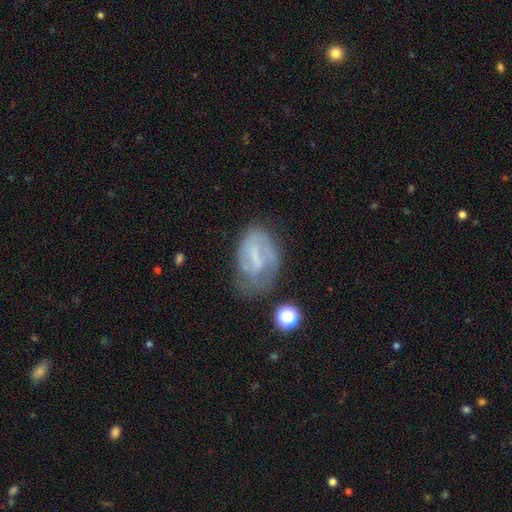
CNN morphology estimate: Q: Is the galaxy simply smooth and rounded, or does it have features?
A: featured or disk — 62%.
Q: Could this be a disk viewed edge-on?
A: no — 96%.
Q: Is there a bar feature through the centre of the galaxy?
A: weak — 45%.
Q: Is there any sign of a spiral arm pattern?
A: yes — 69%.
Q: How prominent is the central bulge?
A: none — 48%.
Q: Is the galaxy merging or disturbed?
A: none — 45%.